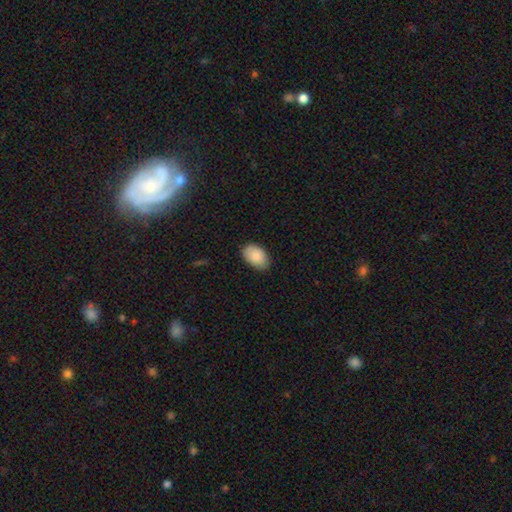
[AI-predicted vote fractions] smooth_or_featured: smooth (p=0.89) [alt: star or artifact p=0.06]
how_rounded: in between (p=0.90) [alt: round p=0.09]
merging: none (p=0.82) [alt: minor disturbance p=0.15]